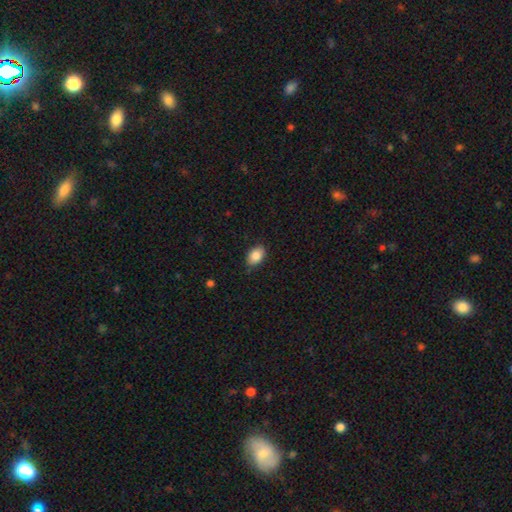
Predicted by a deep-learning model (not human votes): A smooth galaxy with no disk features (86%) that is in between round and cigar-shaped (85%).

Vote fractions:
- Smooth or featured? smooth: 86% / star or artifact: 8% / featured or disk: 7%
- How rounded? in between: 85% / round: 14% / cigar-shaped: 1%
- Merging? none: 85% / minor disturbance: 12% / major disturbance: 2% / merger: 1%